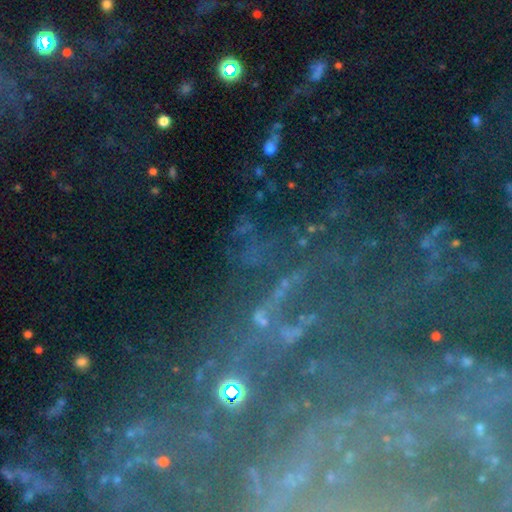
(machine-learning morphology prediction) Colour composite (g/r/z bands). It shows a star or artifact, not a galaxy (53%).